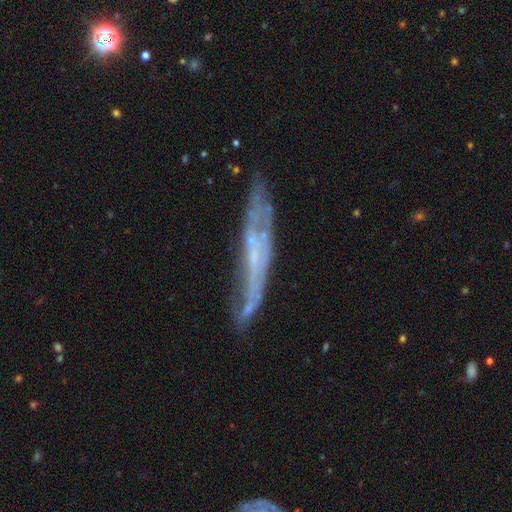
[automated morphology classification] Smooth or featured? Predicted: featured or disk (p=0.71). Edge-on disk? Predicted: yes (p=0.61). Merging? Predicted: none (p=0.63).